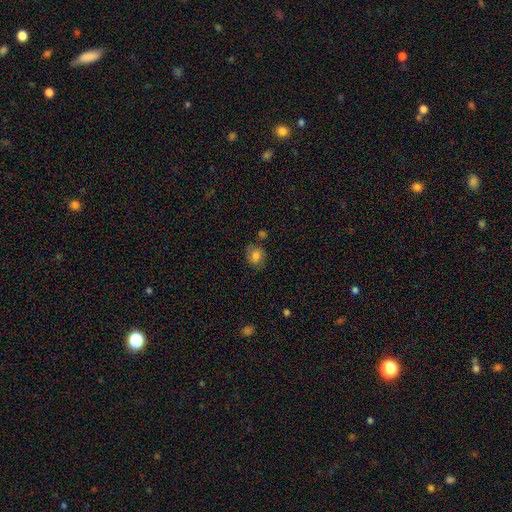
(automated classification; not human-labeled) A smooth galaxy with no disk features (77%) that is round (64%). Merging: none (70%).